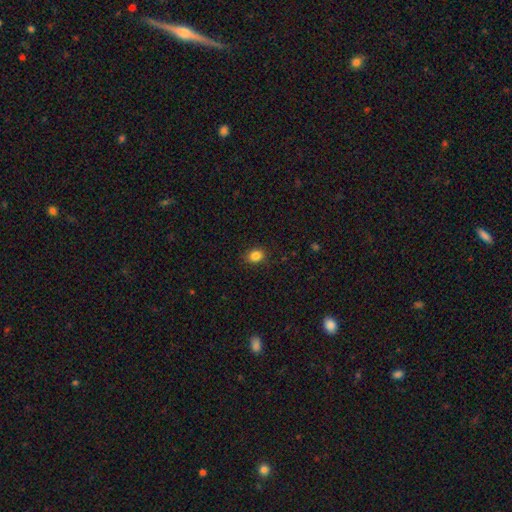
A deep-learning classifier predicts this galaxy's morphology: type=smooth (84%); roundness=round (58%); merging=none (87%).